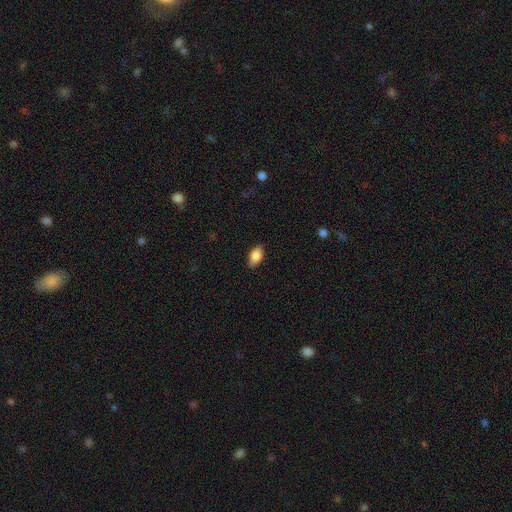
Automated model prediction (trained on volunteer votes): This appears to be a smooth galaxy with no disk features (85%) that is in between round and cigar-shaped (91%). Merging: none (85%).